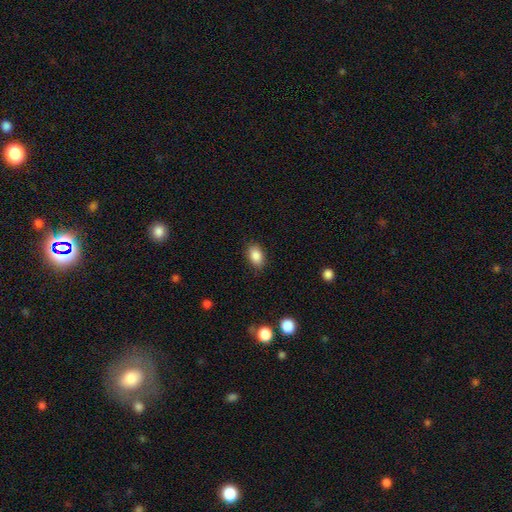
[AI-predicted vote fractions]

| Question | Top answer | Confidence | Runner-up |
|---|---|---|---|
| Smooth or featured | smooth | 88% | star or artifact (8%) |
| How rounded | in between | 87% | round (12%) |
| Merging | none | 86% | minor disturbance (10%) |